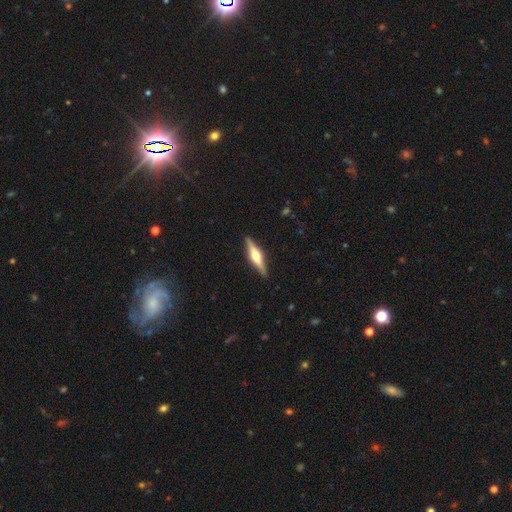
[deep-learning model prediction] Overall: featured or disk (71%). Edge-on disk: yes (97%). Edge-on bulge: rounded (91%). Merging: none (90%).